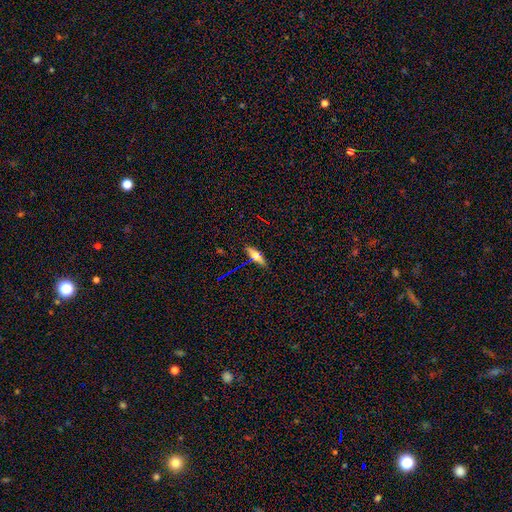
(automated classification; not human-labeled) Smooth or featured? smooth (55%)
How rounded? in between (51%)
Merging? none (84%)